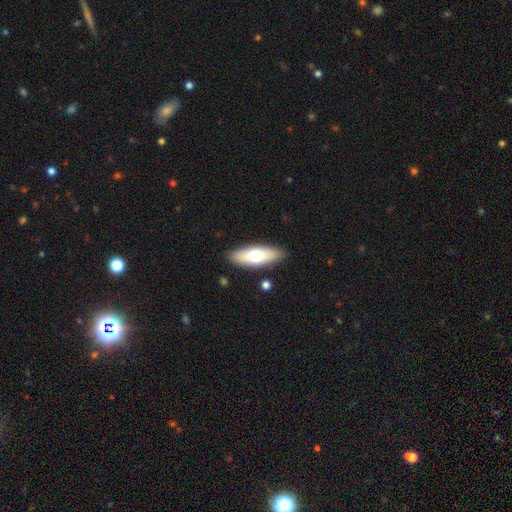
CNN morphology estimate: smooth_or_featured: smooth (p=0.64) [alt: featured or disk p=0.30]
how_rounded: in between (p=0.64) [alt: cigar-shaped p=0.34]
merging: none (p=0.88) [alt: minor disturbance p=0.09]